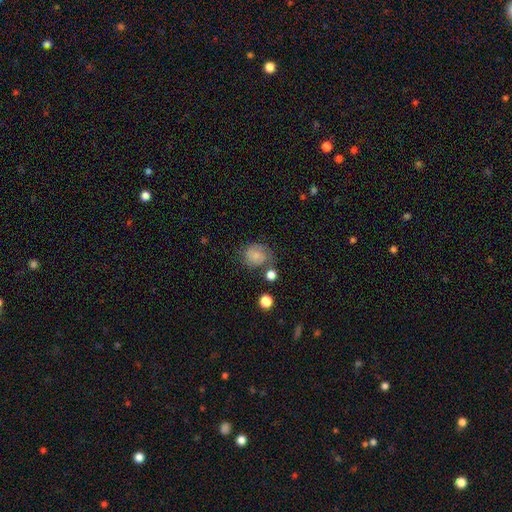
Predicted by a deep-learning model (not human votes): A smooth galaxy with no disk features (69%) that is round (74%). Merging: none (59%).